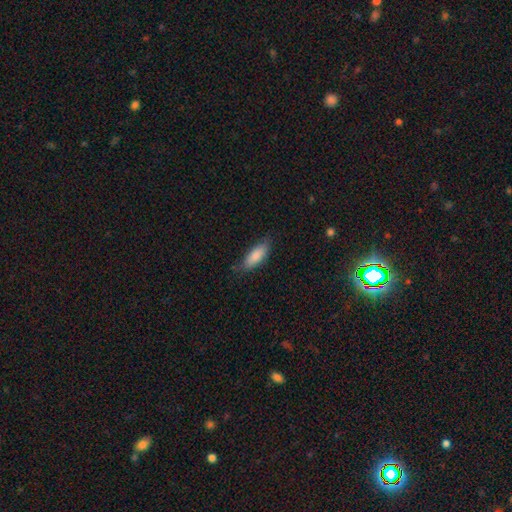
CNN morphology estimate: This appears to be a smooth galaxy with no disk features (84%) that is in between round and cigar-shaped (68%). Merging: none (76%).